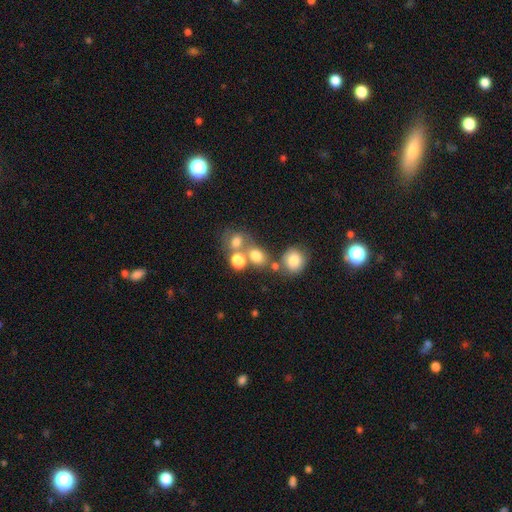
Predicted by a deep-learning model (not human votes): smooth_or_featured: smooth (p=0.72) [alt: star or artifact p=0.16]
how_rounded: round (p=0.60) [alt: in between p=0.38]
merging: none (p=0.47) [alt: merger p=0.36]